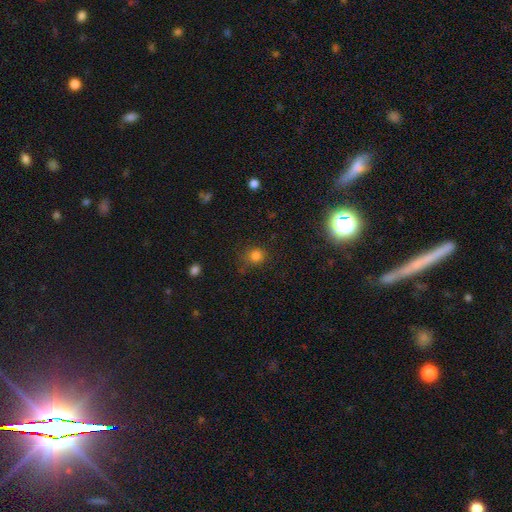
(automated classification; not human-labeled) Smooth or featured? Predicted: smooth (p=0.79). How rounded? Predicted: round (p=0.82). Merging? Predicted: none (p=0.72).